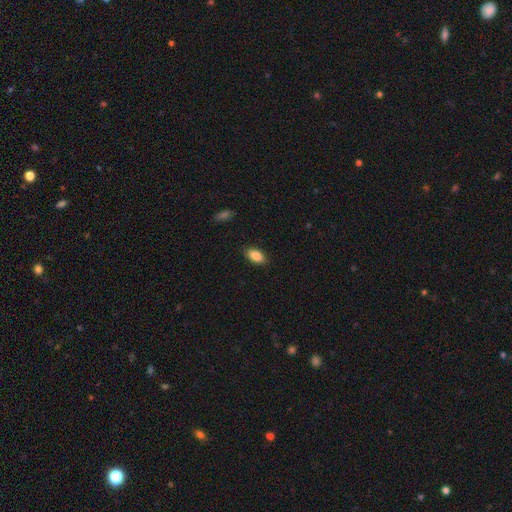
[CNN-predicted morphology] Overall: smooth (87%). How rounded: in between (91%). Merging: none (88%).